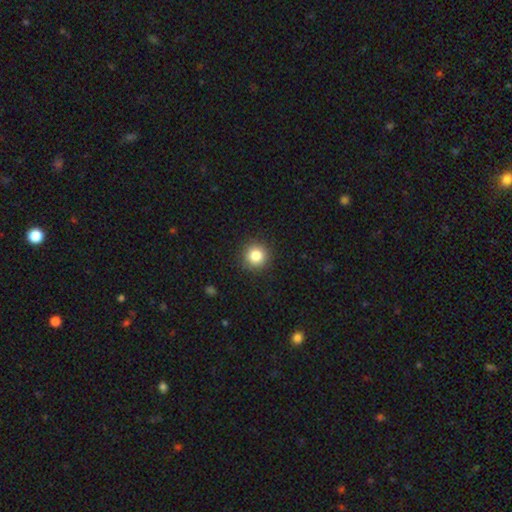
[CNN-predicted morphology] Overall: smooth (84%). How rounded: round (95%). Merging: none (92%).